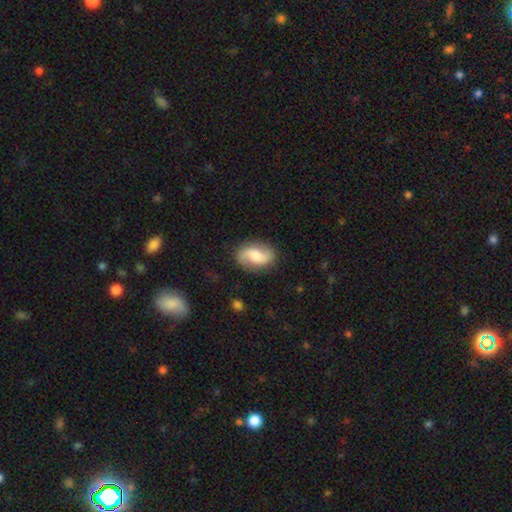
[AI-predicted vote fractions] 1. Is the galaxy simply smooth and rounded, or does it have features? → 68% featured or disk, 26% smooth, 7% star or artifact.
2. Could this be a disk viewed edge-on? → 97% no, 3% yes.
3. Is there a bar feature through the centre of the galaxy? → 48% no, 41% weak, 11% strong.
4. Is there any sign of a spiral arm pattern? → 94% yes, 6% no.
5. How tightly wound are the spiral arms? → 55% loose, 34% medium, 11% tight.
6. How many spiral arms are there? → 92% 2, 3% can't tell, 2% 1, 1% 3, 1% 4, 1% more than 4.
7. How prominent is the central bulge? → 45% moderate, 21% large, 21% small, 10% none, 3% dominant.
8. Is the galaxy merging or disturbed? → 83% none, 12% minor disturbance, 4% major disturbance, 1% merger.